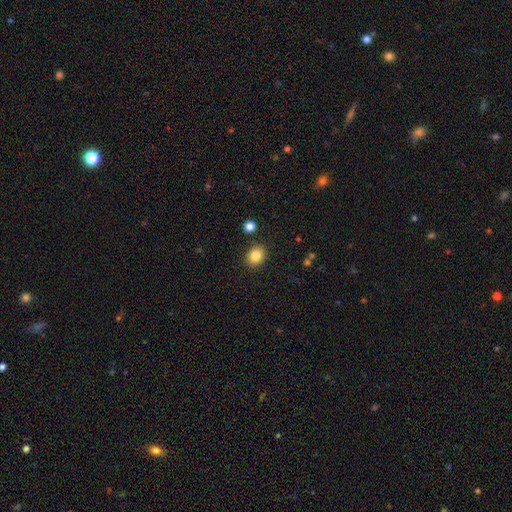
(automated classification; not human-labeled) Morphology: type=smooth (84%); roundness=round (54%); merging=none (88%).